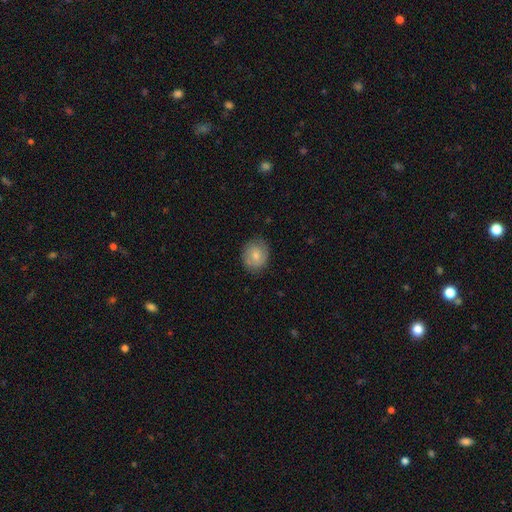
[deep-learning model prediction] A smooth galaxy with no disk features (63%) that is round (71%).

Vote fractions:
- Smooth or featured? smooth: 63% / featured or disk: 30% / star or artifact: 7%
- How rounded? round: 71% / in between: 28% / cigar-shaped: 1%
- Merging? none: 81% / minor disturbance: 14% / major disturbance: 4% / merger: 1%